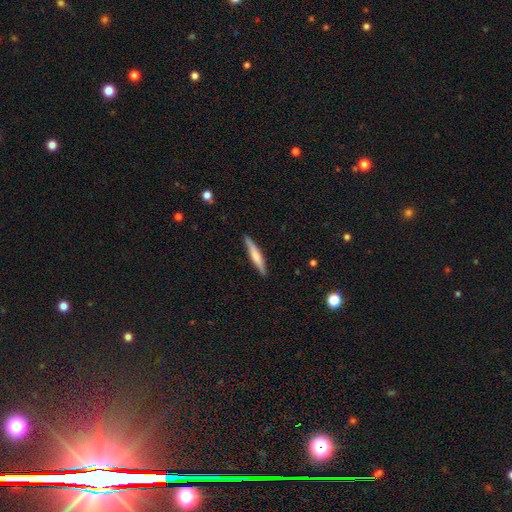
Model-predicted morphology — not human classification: Overall: smooth (54%; featured or disk 41%). How rounded: cigar-shaped (93%). Merging: none (90%).